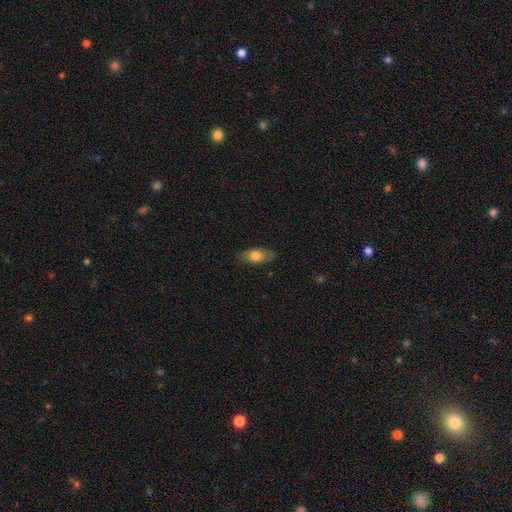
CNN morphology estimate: smooth-or-featured: smooth: 69% | featured or disk: 25% | star or artifact: 7%
  how-rounded: in between: 77% | cigar-shaped: 17% | round: 5%
  merging: none: 84% | minor disturbance: 13% | major disturbance: 2% | merger: 1%